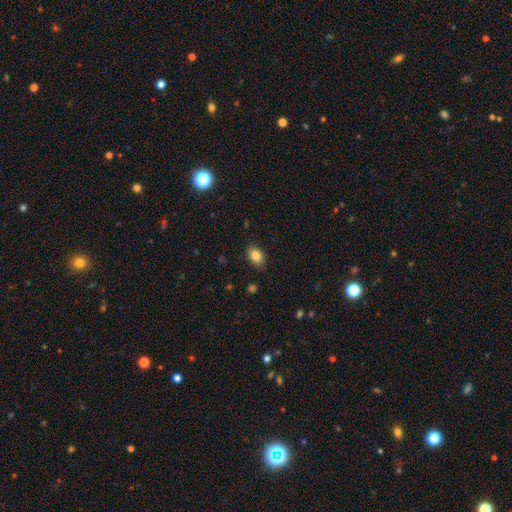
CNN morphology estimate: smooth 83%, star or artifact 9%, featured or disk 8%. Down the decision tree: how rounded — in between (84%); merging — none (86%).